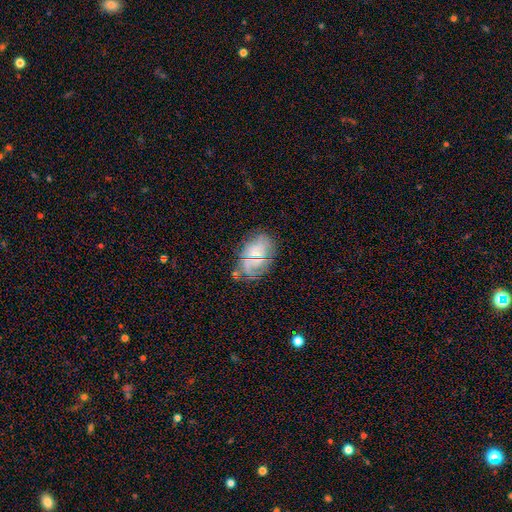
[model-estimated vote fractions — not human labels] featured or disk 60%, smooth 31%, star or artifact 10%. Down the decision tree: edge-on disk — no (96%); bar — no (67%); spiral arms — yes (69%); bulge size — small (53%); merging — none (60%).